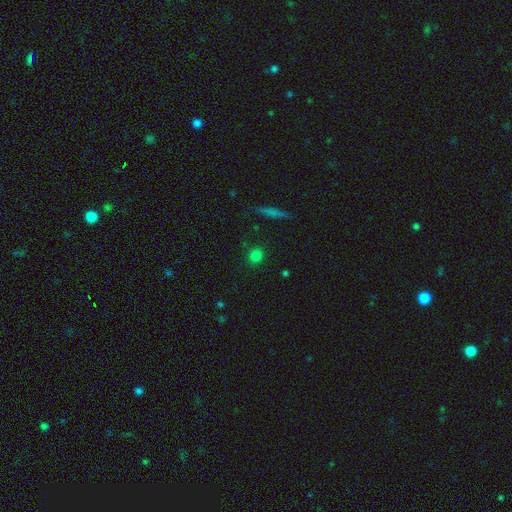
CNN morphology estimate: A smooth galaxy with no disk features (80%) that is round (81%). Merging: none (88%).